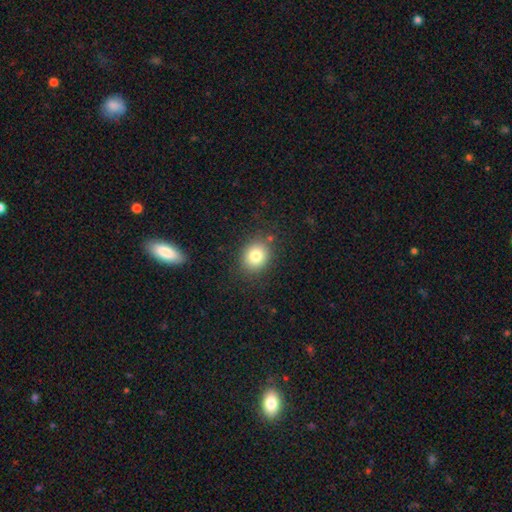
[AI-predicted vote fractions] Q: Smooth or featured?
A: smooth (80%); runner-up: star or artifact (11%)
Q: How rounded?
A: round (71%); runner-up: in between (28%)
Q: Merging?
A: none (85%); runner-up: minor disturbance (10%)